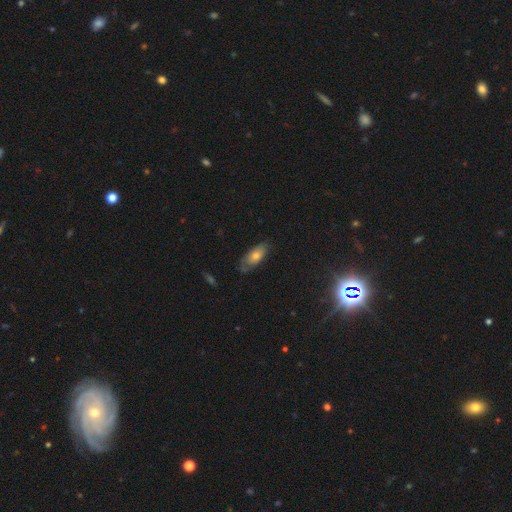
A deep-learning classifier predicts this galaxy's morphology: smooth-or-featured: smooth: 64% | featured or disk: 28% | star or artifact: 8%
  how-rounded: in between: 84% | cigar-shaped: 13% | round: 3%
  merging: none: 66% | minor disturbance: 26% | major disturbance: 6% | merger: 2%